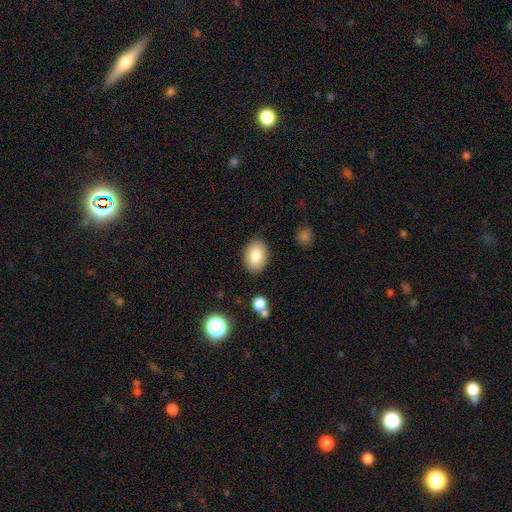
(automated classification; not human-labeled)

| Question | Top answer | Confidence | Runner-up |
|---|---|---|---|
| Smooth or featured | smooth | 82% | featured or disk (11%) |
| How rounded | in between | 82% | round (17%) |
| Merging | none | 87% | minor disturbance (9%) |